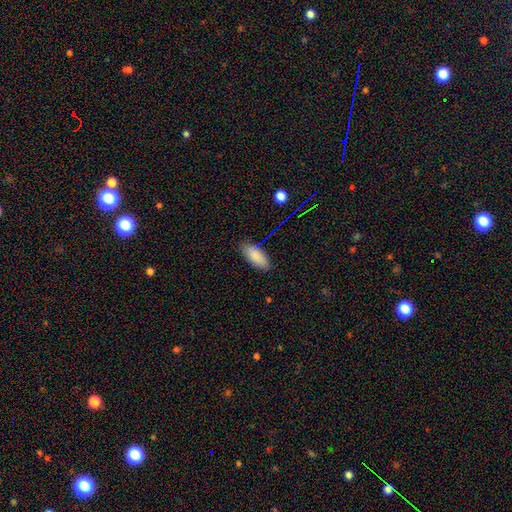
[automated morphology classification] A smooth galaxy with no disk features (85%) that is in between round and cigar-shaped (83%).

Vote fractions:
- Smooth or featured? smooth: 85% / featured or disk: 8% / star or artifact: 7%
- How rounded? in between: 83% / cigar-shaped: 15% / round: 2%
- Merging? none: 77% / minor disturbance: 17% / major disturbance: 3% / merger: 3%